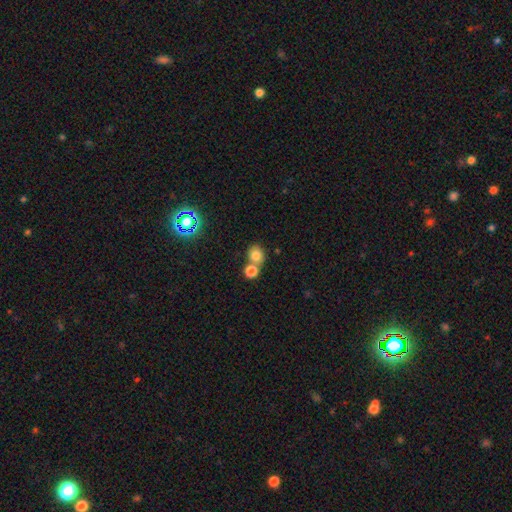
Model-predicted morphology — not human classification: type=smooth (78%); roundness=round (74%); merging=none (54%).